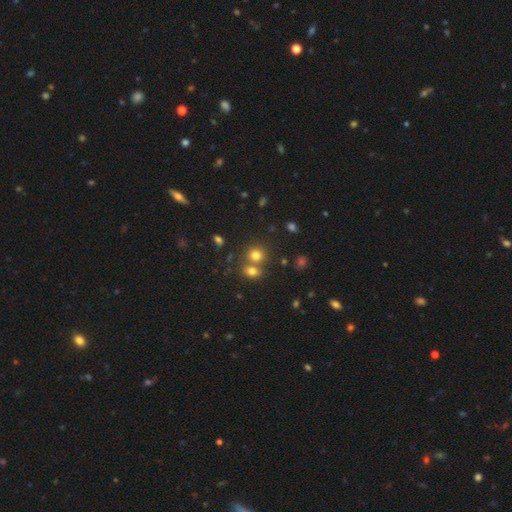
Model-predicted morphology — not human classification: The model was most divided on "merging": none: 53%, merger: 37%, minor disturbance: 8%, major disturbance: 3%. More confident: how rounded — round (76%); smooth or featured — smooth (76%).